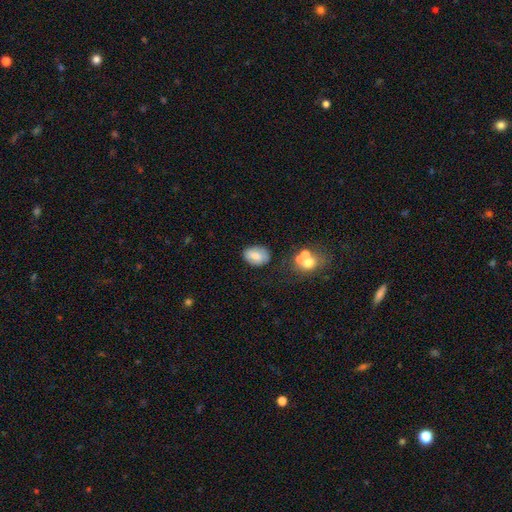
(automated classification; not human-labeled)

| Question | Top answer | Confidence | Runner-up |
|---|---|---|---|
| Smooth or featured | smooth | 75% | featured or disk (17%) |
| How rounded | in between | 78% | round (21%) |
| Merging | none | 75% | minor disturbance (17%) |